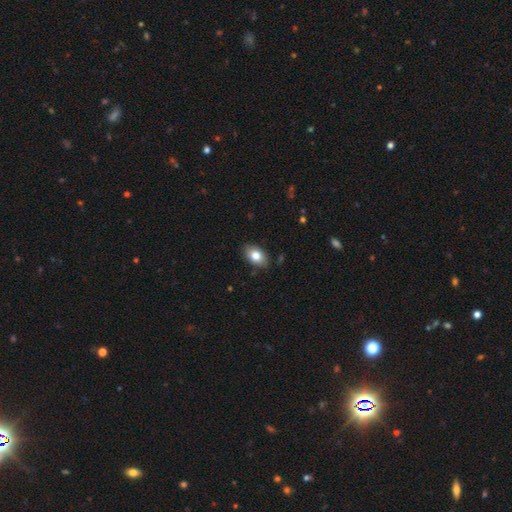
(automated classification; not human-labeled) Morphology: type=smooth (82%); roundness=in between (89%); merging=none (86%).